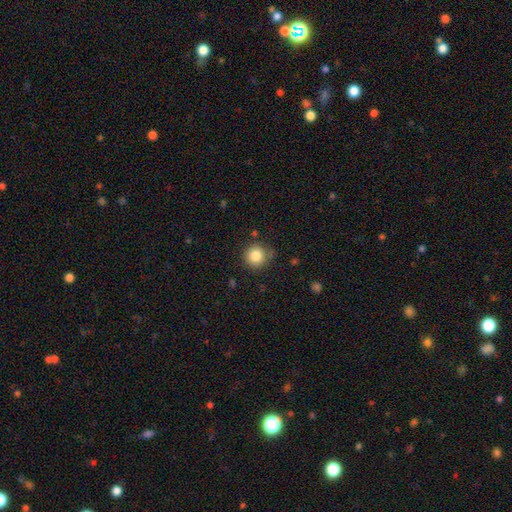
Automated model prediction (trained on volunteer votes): Q: Smooth or featured?
A: smooth (84%); runner-up: star or artifact (10%)
Q: How rounded?
A: round (93%); runner-up: in between (6%)
Q: Merging?
A: none (81%); runner-up: minor disturbance (13%)